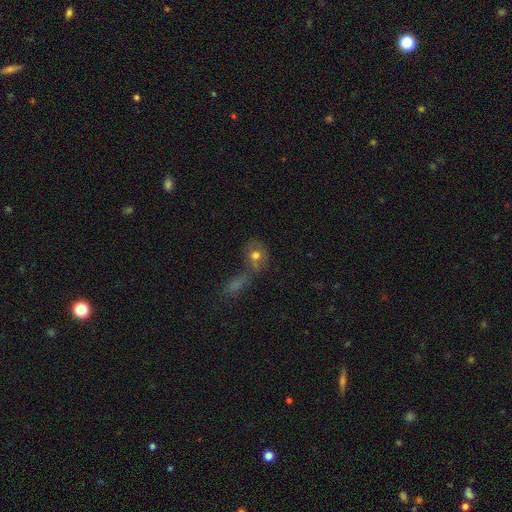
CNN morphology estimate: The model was most divided on "merging": merger: 43%, none: 36%, minor disturbance: 12%, major disturbance: 8%. More confident: smooth or featured — smooth (68%); how rounded — round (60%).